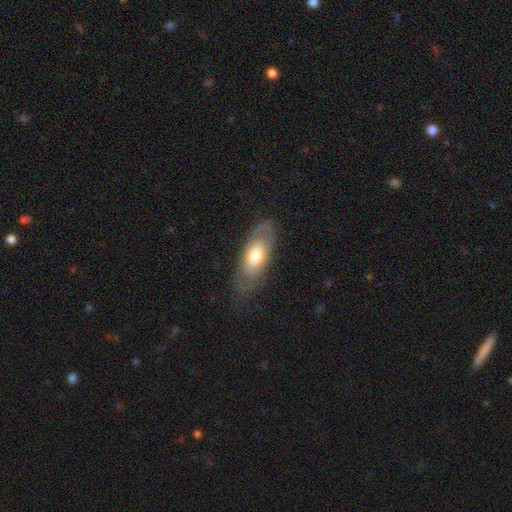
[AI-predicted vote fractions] Smooth or featured? Predicted: smooth (p=0.58). How rounded? Predicted: in between (p=0.82). Merging? Predicted: none (p=0.70).